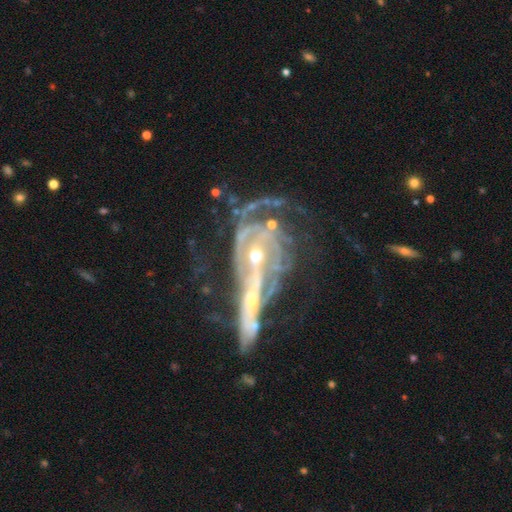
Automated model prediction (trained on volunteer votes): This is clearly a featured or disk galaxy (82%). It is clearly not viewed edge-on (92%). Bar: possibly no (49%). Spiral arm pattern: clearly yes (84%). Spiral arm count: marginally 2 (30%, tied with can't tell). Spiral winding: marginally medium (38%). Central bulge: possibly small (50%). Merging: marginally merger (41%).